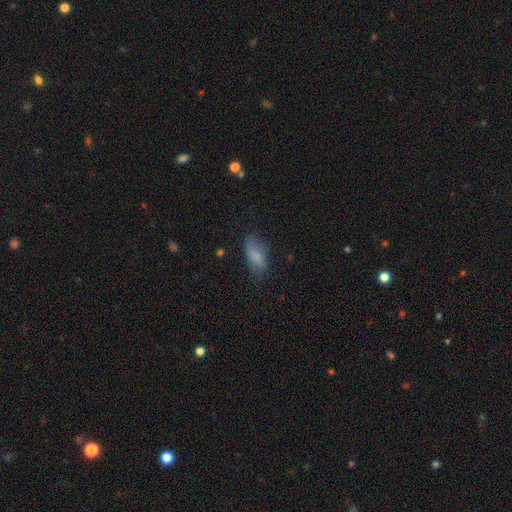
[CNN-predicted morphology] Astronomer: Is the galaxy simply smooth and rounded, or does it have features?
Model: smooth — 79%.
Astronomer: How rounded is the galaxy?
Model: in between — 85%.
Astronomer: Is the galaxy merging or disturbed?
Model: none — 64%.